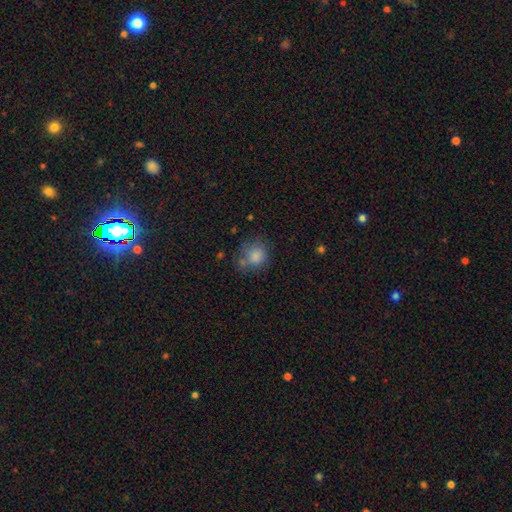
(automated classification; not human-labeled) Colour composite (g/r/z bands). It shows a smooth galaxy with no disk features (82%) that is round (79%). Merging: none (57%).